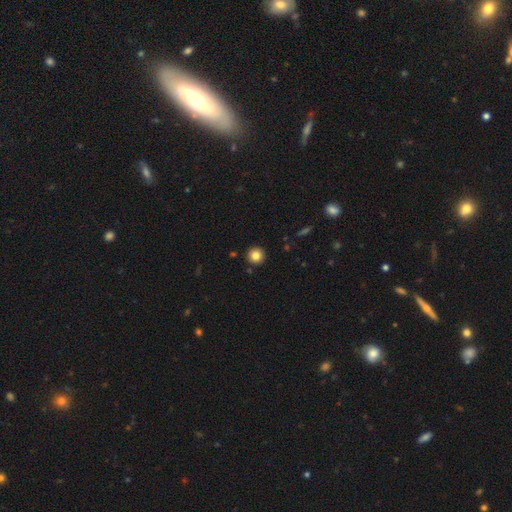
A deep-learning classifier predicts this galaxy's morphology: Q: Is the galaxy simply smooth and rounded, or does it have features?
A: smooth — 83%.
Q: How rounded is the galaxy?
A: round — 96%.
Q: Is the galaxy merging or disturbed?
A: none — 92%.